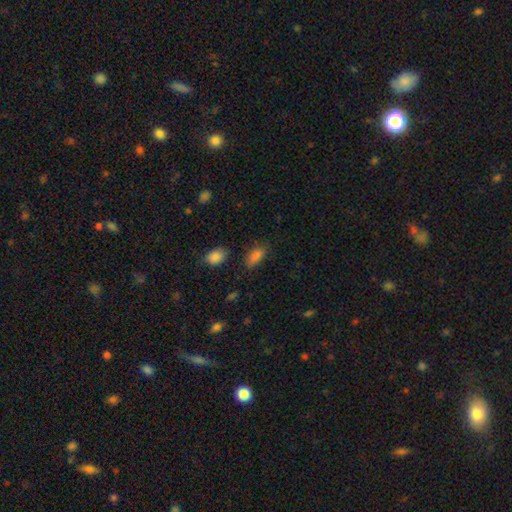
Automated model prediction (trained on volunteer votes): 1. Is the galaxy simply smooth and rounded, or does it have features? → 82% smooth, 12% star or artifact, 6% featured or disk.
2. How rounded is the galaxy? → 87% in between, 8% cigar-shaped, 5% round.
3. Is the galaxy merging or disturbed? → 73% none, 19% minor disturbance, 5% major disturbance, 3% merger.